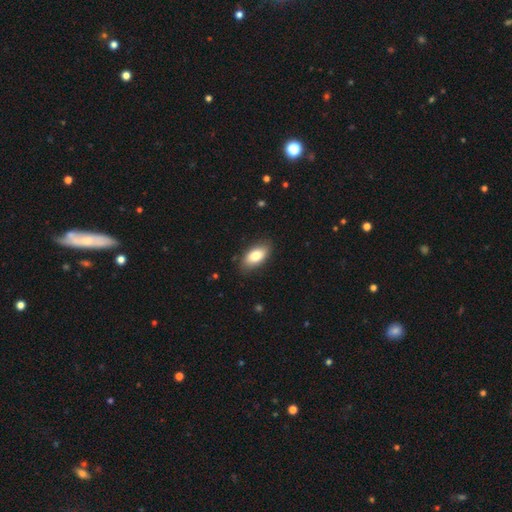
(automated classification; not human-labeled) smooth-or-featured: smooth: 81% | featured or disk: 13% | star or artifact: 6%
  how-rounded: in between: 92% | cigar-shaped: 4% | round: 4%
  merging: none: 84% | minor disturbance: 13% | major disturbance: 3% | merger: 1%